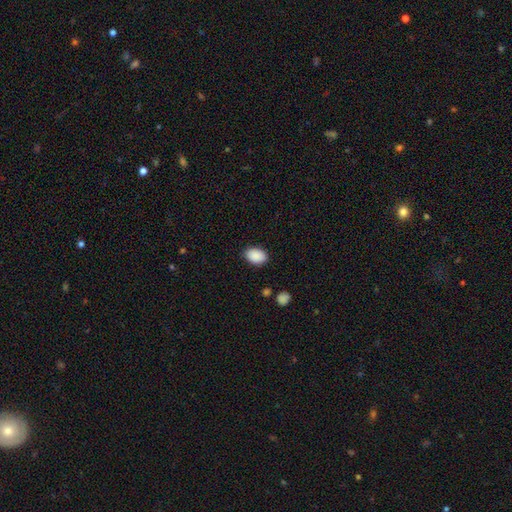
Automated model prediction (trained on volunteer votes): smooth 90%, star or artifact 7%, featured or disk 3%. Down the decision tree: how rounded — in between (87%); merging — none (87%).